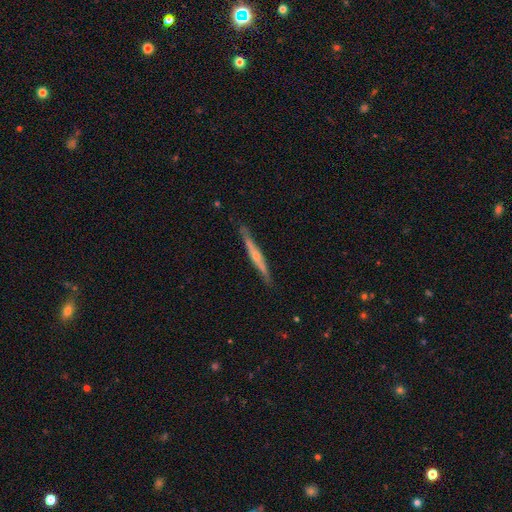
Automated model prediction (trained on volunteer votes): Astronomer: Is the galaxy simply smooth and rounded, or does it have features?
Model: featured or disk — 72%.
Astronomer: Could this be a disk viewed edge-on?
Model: yes — 96%.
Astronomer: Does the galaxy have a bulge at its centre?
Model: rounded — 72%.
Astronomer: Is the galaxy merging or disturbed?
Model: none — 86%.